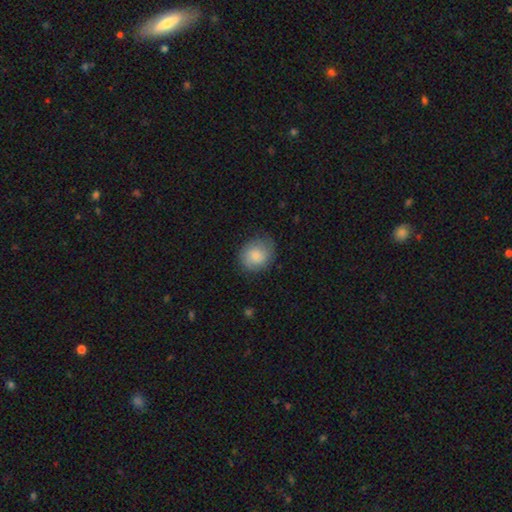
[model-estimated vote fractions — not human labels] This is clearly a smooth galaxy (81%). How rounded: likely round (69%). Merging: likely none (75%).